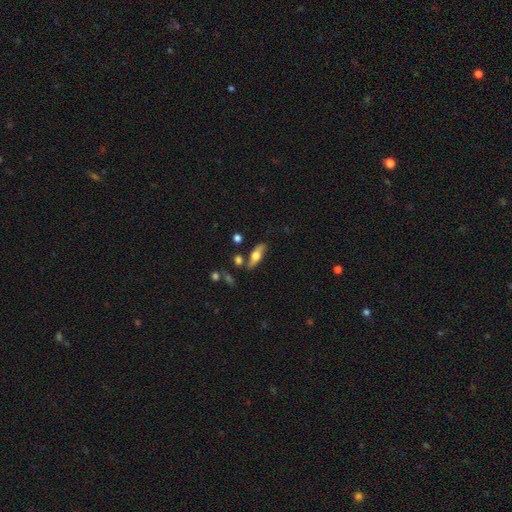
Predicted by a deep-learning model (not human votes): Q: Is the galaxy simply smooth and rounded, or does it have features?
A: smooth — 53%.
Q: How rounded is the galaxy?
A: in between — 61%.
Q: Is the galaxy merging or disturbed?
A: none — 73%.